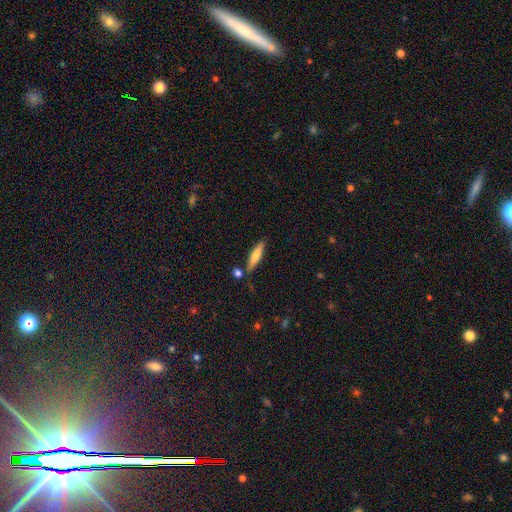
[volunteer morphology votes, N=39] A smooth galaxy with no disk features (54%) that is cigar-shaped (95%). Merging: none (74%).